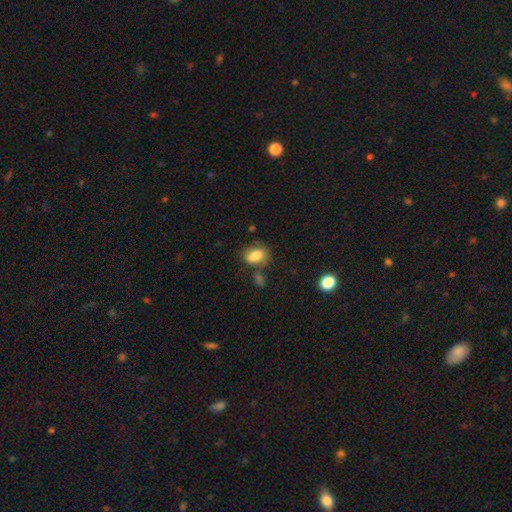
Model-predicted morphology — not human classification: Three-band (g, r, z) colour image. It shows a smooth galaxy with no disk features (78%) that is in between round and cigar-shaped (73%). Merging: none (53%).